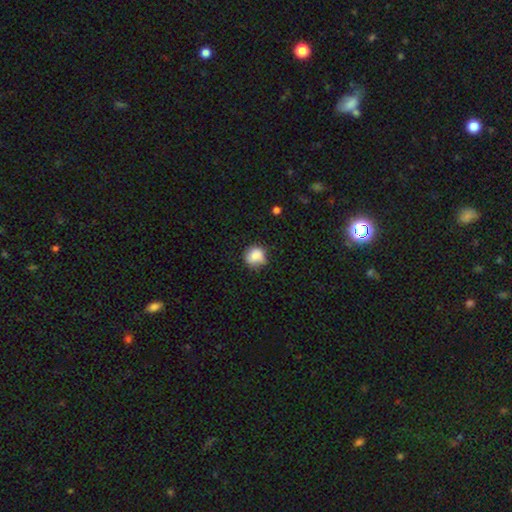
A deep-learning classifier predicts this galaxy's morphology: A smooth galaxy with no disk features (82%) that is round (82%).

Vote fractions:
- Smooth or featured? smooth: 82% / star or artifact: 9% / featured or disk: 9%
- How rounded? round: 82% / in between: 17% / cigar-shaped: 1%
- Merging? none: 59% / minor disturbance: 30% / major disturbance: 7% / merger: 4%